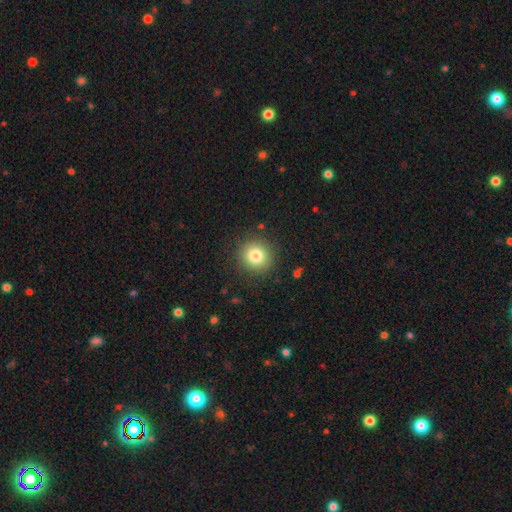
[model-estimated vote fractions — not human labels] smooth 81%, star or artifact 11%, featured or disk 8%. Down the decision tree: how rounded — round (93%); merging — none (90%).